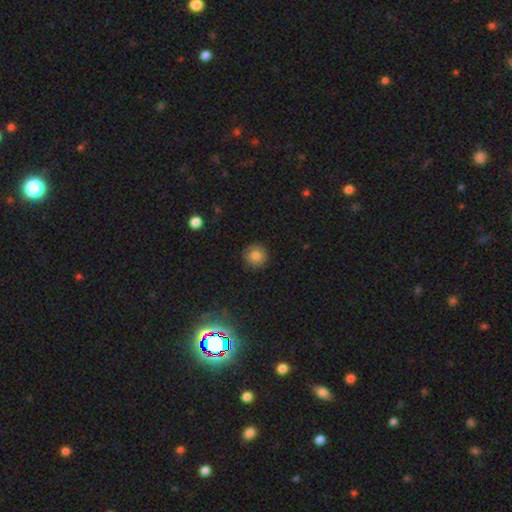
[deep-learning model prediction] Smooth or featured? Predicted: smooth (p=0.82). How rounded? Predicted: round (p=0.94). Merging? Predicted: none (p=0.90).